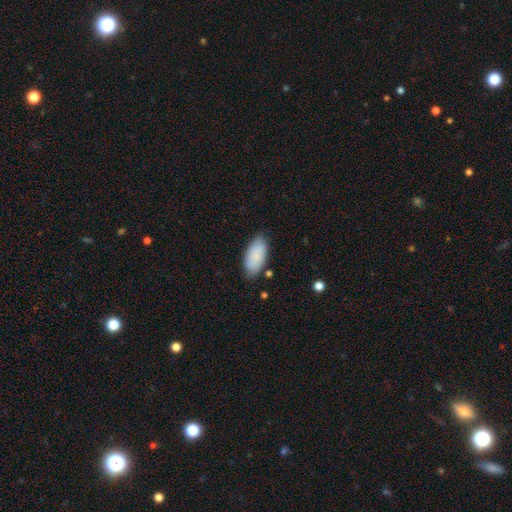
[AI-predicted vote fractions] Smooth or featured? smooth (85%)
How rounded? in between (94%)
Merging? none (79%)